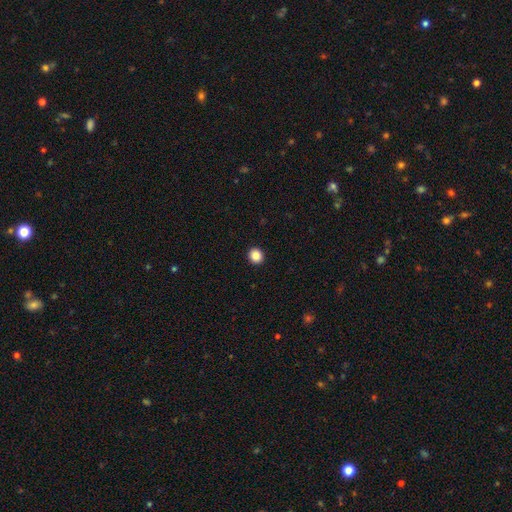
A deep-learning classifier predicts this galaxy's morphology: smooth-or-featured: smooth: 88% | star or artifact: 10% | featured or disk: 3%
  how-rounded: round: 87% | in between: 12% | cigar-shaped: 1%
  merging: none: 93% | minor disturbance: 4% | major disturbance: 1% | merger: 1%